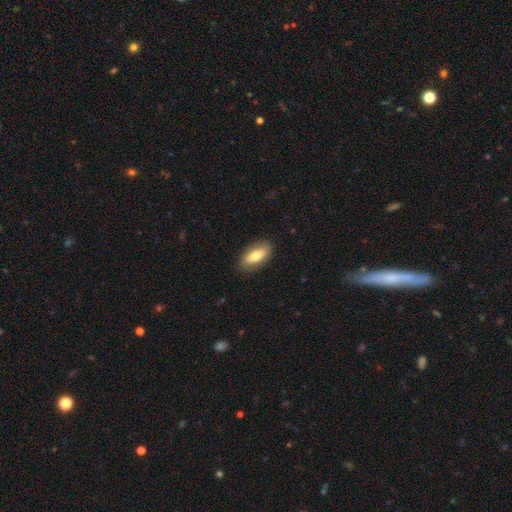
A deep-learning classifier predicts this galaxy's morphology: Overall: smooth (69%). How rounded: in between (85%). Merging: none (86%).